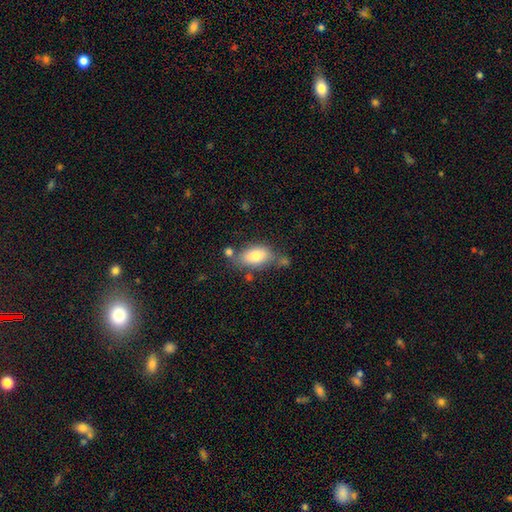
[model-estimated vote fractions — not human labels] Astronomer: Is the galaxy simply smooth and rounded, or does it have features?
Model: smooth — 79%.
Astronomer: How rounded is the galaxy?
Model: in between — 90%.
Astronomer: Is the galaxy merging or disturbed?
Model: none — 62%.